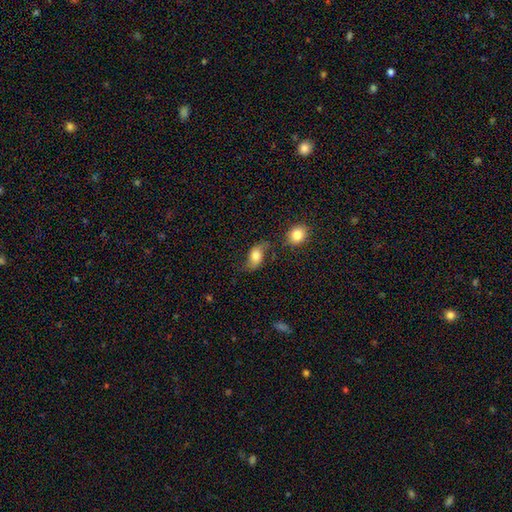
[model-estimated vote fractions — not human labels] smooth 66%, featured or disk 25%, star or artifact 8%. Down the decision tree: how rounded — in between (85%); merging — none (54%).